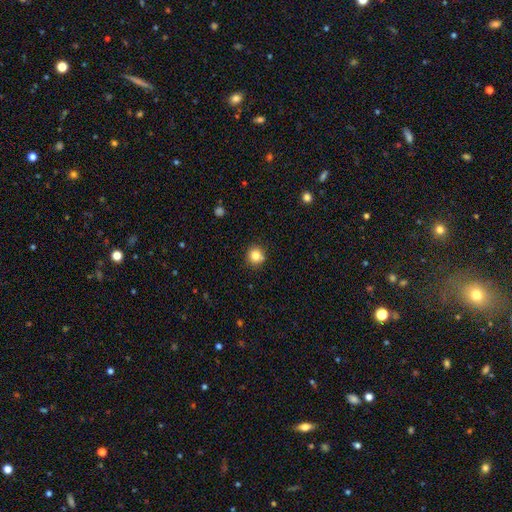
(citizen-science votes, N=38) Smooth or featured?
  - smooth: 84% *
  - featured or disk: 8%
  - star or artifact: 8%
How rounded?
  - round: 91% *
  - in between: 9%
  - cigar-shaped: 0%
Merging?
  - none: 80% *
  - minor disturbance: 14%
  - merger: 6%
  - major disturbance: 0%